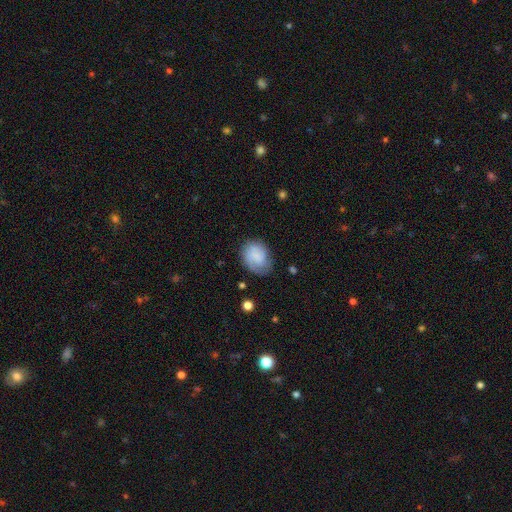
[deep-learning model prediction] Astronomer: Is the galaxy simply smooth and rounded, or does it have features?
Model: smooth — 62%.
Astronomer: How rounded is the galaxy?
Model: in between — 61% (runner-up: round, 38%).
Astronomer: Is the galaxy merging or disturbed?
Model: none — 64%.